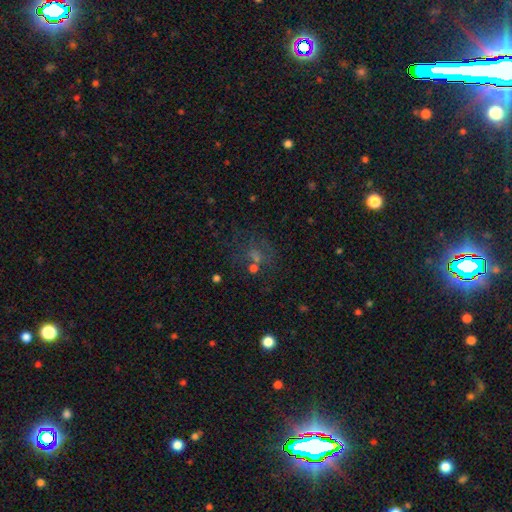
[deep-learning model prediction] This is possibly a star or artifact rather than a galaxy (47%).